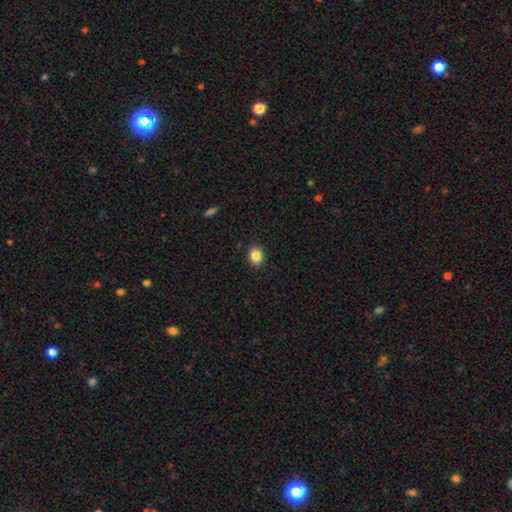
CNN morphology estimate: Smooth or featured? Predicted: smooth (p=0.86). How rounded? Predicted: round (p=0.59). Merging? Predicted: none (p=0.90).